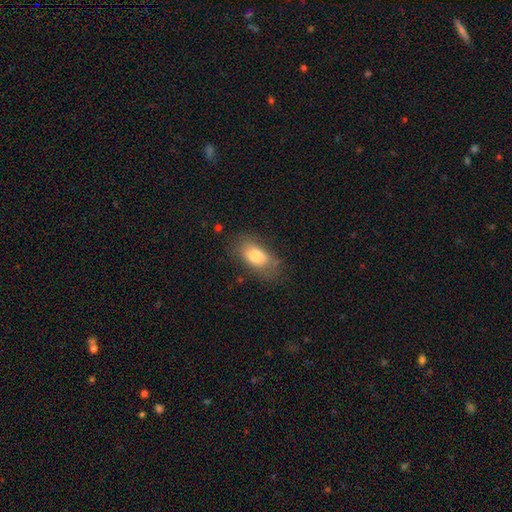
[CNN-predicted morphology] Smooth or featured? smooth (77%)
How rounded? in between (89%)
Merging? none (58%)